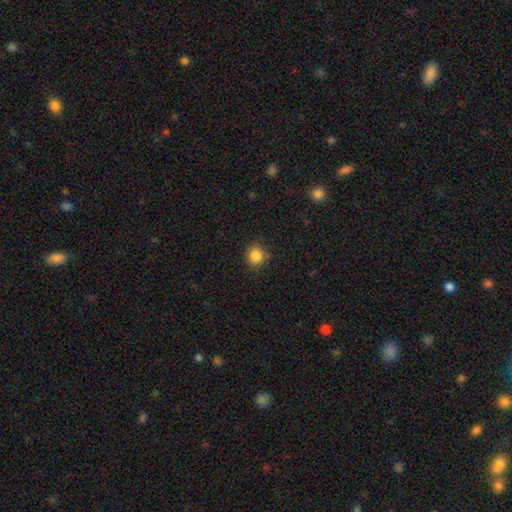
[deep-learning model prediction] This appears to be a smooth galaxy with no disk features (85%) that is round (82%). Merging: none (80%).